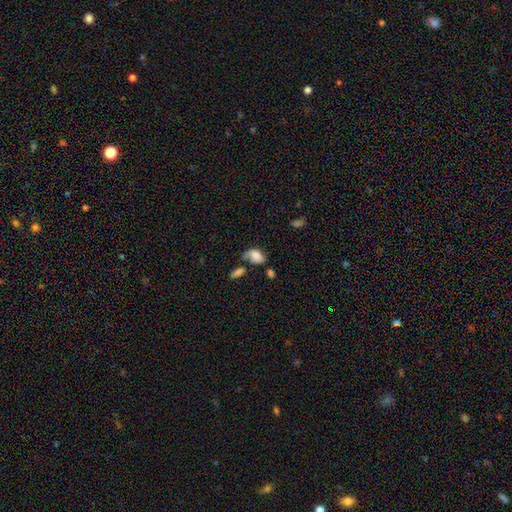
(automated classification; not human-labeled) Smooth or featured? smooth (69%)
How rounded? in between (90%)
Merging? none (34%)